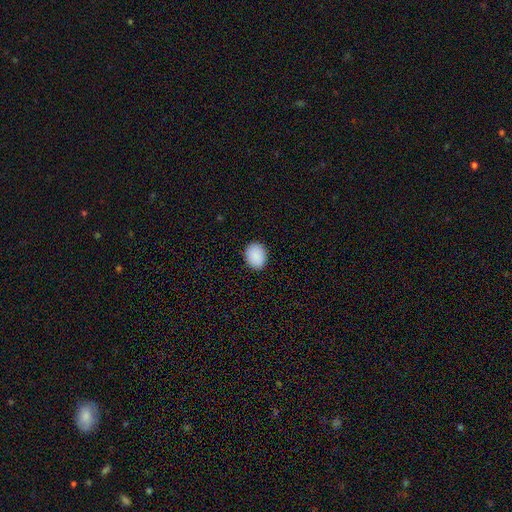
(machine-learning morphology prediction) This appears to be a smooth galaxy with no disk features (90%) that is round (50%). Merging: none (90%).